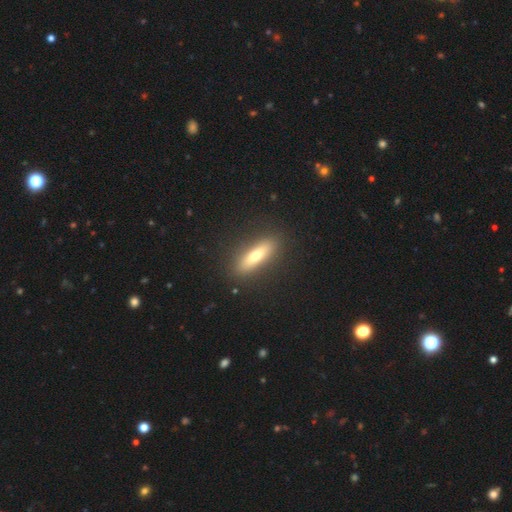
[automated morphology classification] Smooth or featured? smooth (60%)
How rounded? cigar-shaped (65%)
Merging? none (88%)